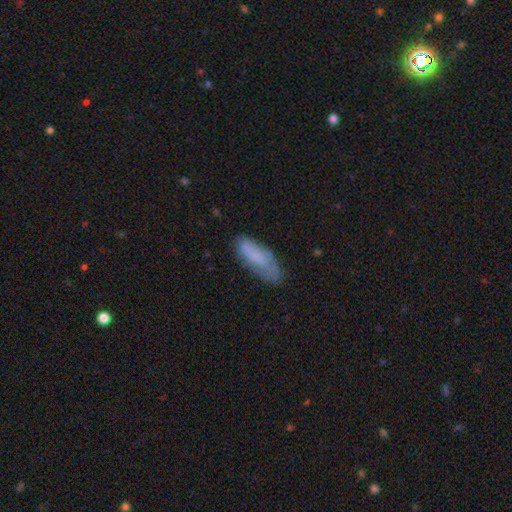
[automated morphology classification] This is likely a smooth galaxy (69%). How rounded: likely in between (63%). Merging: possibly none (58%).